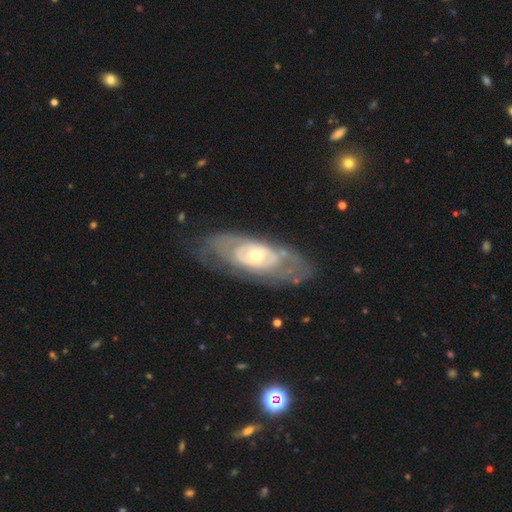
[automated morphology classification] Smooth or featured: featured or disk — 78% (smooth — 17%)
Edge-on disk: no — 89% (yes — 11%)
Bar: no — 78% (weak — 17%)
Spiral arms: yes — 56% (no — 44%)
Bulge size: moderate — 54% (small — 38%)
Merging: none — 72% (minor disturbance — 17%)